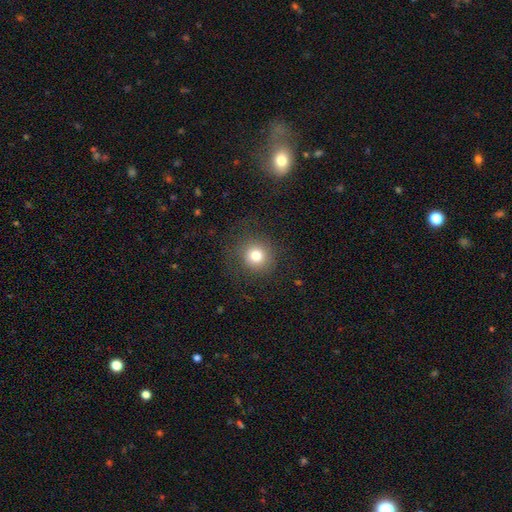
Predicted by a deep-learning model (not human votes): smooth-or-featured: smooth: 78% | star or artifact: 13% | featured or disk: 9%
  how-rounded: round: 92% | in between: 8% | cigar-shaped: 1%
  merging: none: 83% | minor disturbance: 9% | major disturbance: 7% | merger: 1%